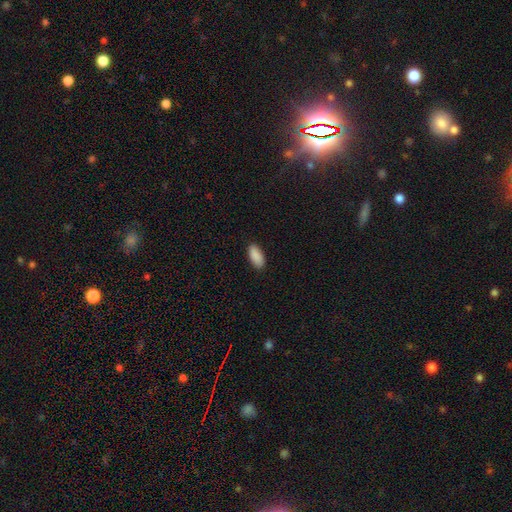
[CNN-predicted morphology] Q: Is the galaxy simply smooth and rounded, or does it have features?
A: smooth — 91%.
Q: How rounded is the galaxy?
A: in between — 90%.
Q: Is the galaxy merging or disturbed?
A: none — 89%.